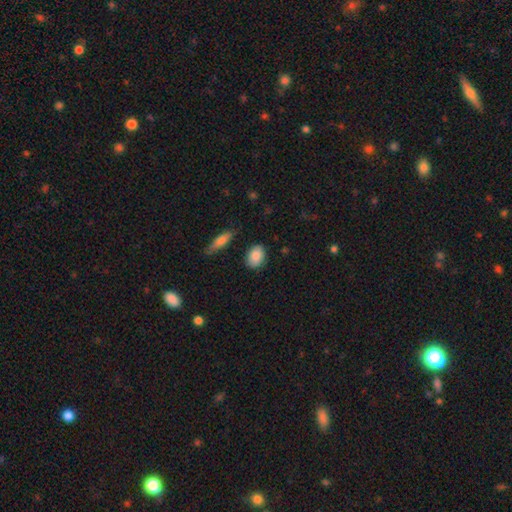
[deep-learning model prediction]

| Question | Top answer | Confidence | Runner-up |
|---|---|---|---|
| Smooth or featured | smooth | 86% | featured or disk (8%) |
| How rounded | in between | 70% | round (27%) |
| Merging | none | 84% | minor disturbance (11%) |